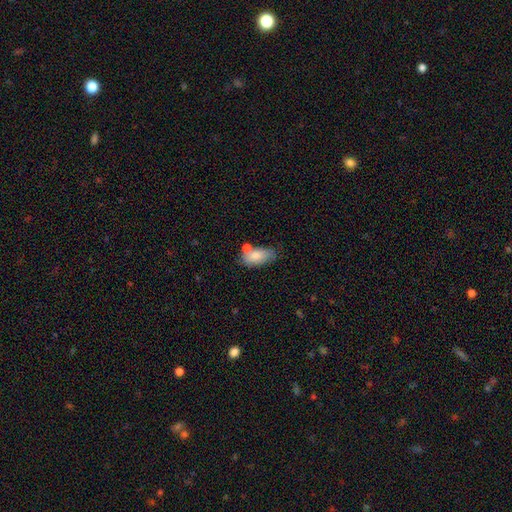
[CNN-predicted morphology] Smooth or featured: smooth — 80% (featured or disk — 13%)
How rounded: in between — 90% (cigar-shaped — 7%)
Merging: none — 51% (minor disturbance — 22%)